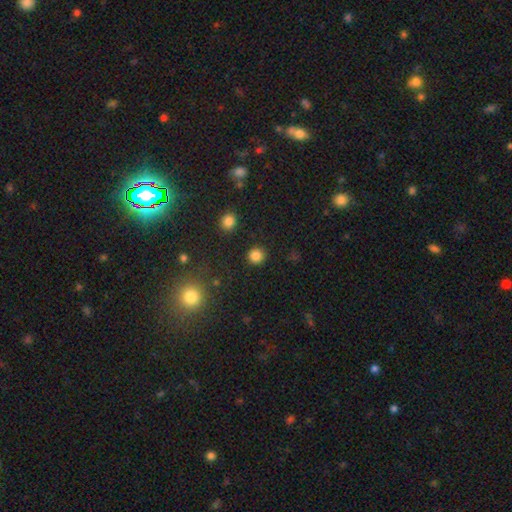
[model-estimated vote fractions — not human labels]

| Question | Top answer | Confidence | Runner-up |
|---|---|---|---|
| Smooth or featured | smooth | 84% | star or artifact (12%) |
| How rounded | round | 93% | in between (6%) |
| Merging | none | 91% | minor disturbance (5%) |